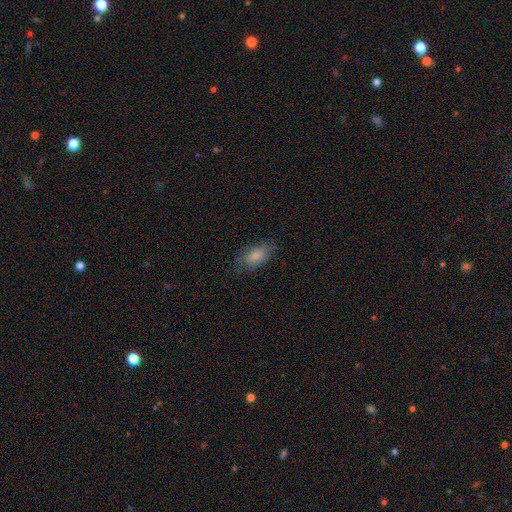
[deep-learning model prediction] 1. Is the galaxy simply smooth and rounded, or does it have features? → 80% smooth, 13% featured or disk, 7% star or artifact.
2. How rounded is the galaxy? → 89% in between, 7% cigar-shaped, 4% round.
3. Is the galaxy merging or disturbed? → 72% none, 20% minor disturbance, 6% major disturbance, 1% merger.